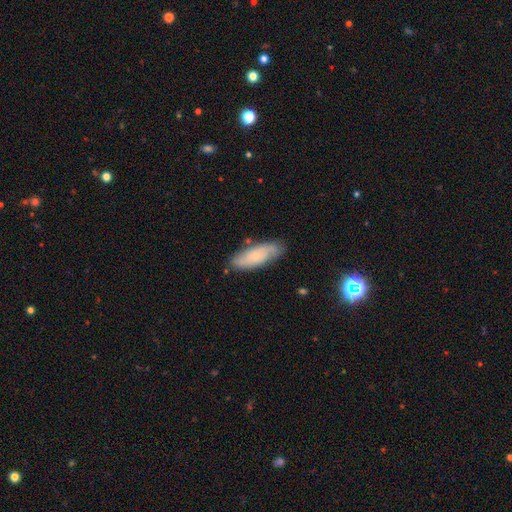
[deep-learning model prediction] Q: Smooth or featured?
A: smooth (53%); runner-up: featured or disk (39%)
Q: How rounded?
A: in between (65%); runner-up: cigar-shaped (33%)
Q: Merging?
A: none (76%); runner-up: minor disturbance (18%)